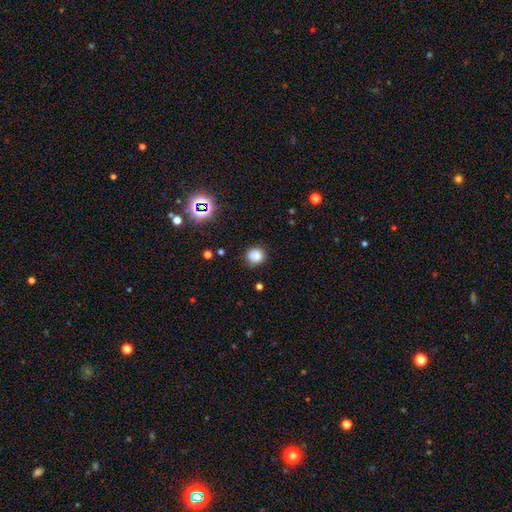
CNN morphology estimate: A smooth galaxy with no disk features (81%) that is round (87%). Merging: none (80%).